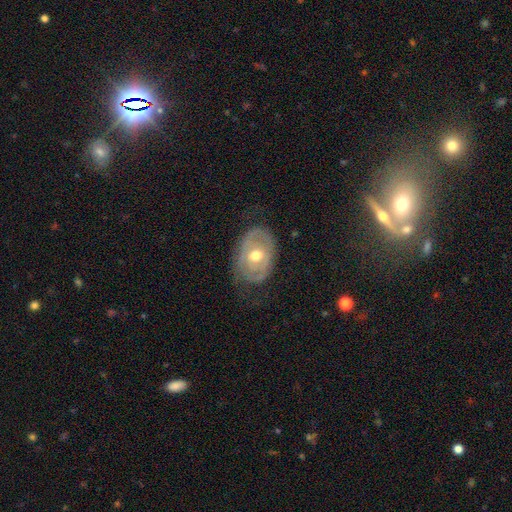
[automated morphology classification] A featured or disk galaxy (66%) with no bar (74%), spiral arms (51%) and a moderate central bulge (79%).

Vote fractions:
- Smooth or featured? featured or disk: 66% / smooth: 29% / star or artifact: 6%
- Edge-on disk? no: 93% / yes: 7%
- Bar? no: 74% / weak: 21% / strong: 5%
- Spiral arms? yes: 51% / no: 49%
- Bulge size? moderate: 79% / small: 12% / large: 8% / dominant: 1% / none: 1%
- Merging? none: 64% / minor disturbance: 24% / major disturbance: 11% / merger: 1%